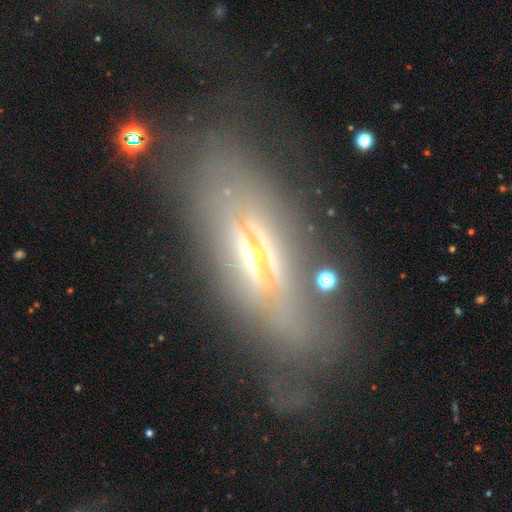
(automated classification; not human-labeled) The model was most divided on "edge-on disk": yes: 63%, no: 37%. More confident: smooth or featured — featured or disk (73%); merging — none (57%).